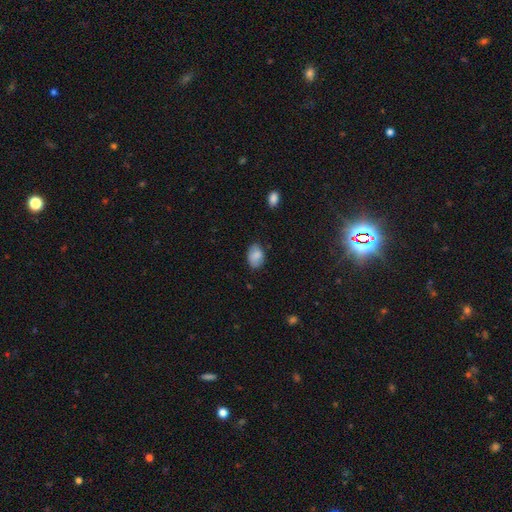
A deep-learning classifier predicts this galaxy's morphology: smooth_or_featured: smooth (p=0.83) [alt: featured or disk p=0.09]
how_rounded: in between (p=0.83) [alt: round p=0.16]
merging: none (p=0.75) [alt: minor disturbance p=0.20]